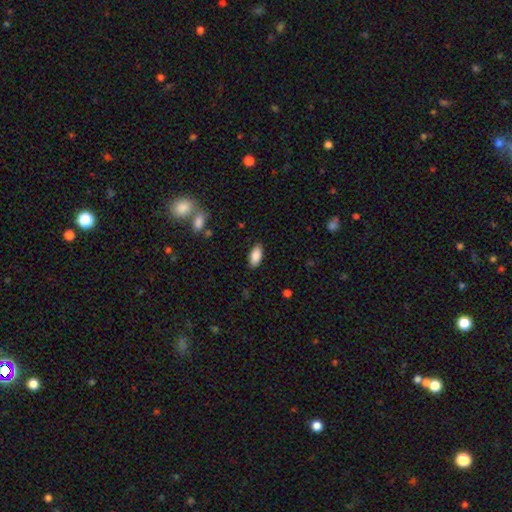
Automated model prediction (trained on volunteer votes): Overall: smooth (88%). How rounded: in between (91%). Merging: none (87%).